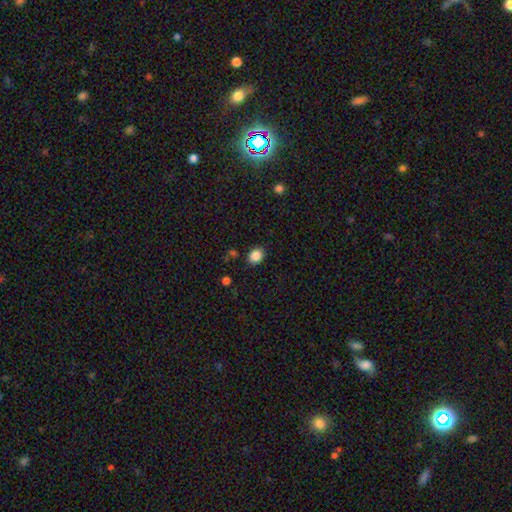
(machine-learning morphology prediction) Smooth or featured? Predicted: smooth (p=0.86). How rounded? Predicted: round (p=0.53). Merging? Predicted: none (p=0.85).